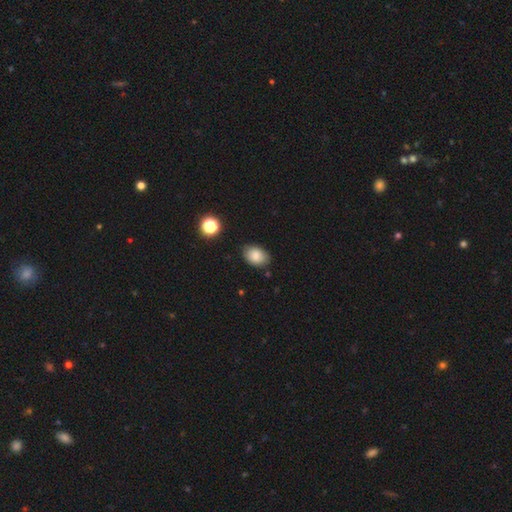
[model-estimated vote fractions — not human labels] This is clearly a smooth galaxy (85%). How rounded: likely in between (78%). Merging: clearly none (80%).